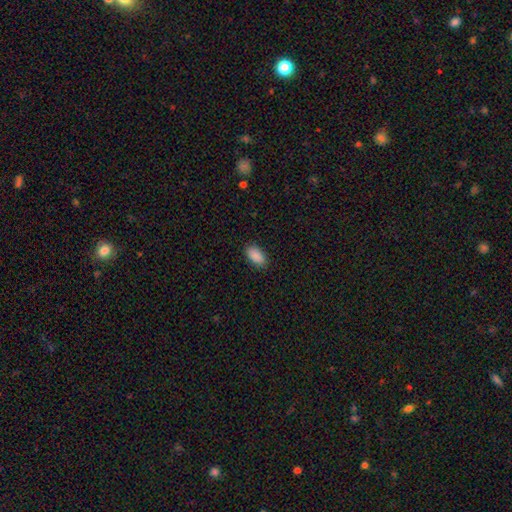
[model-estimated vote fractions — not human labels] Morphology: type=smooth (90%); roundness=in between (94%); merging=none (88%).